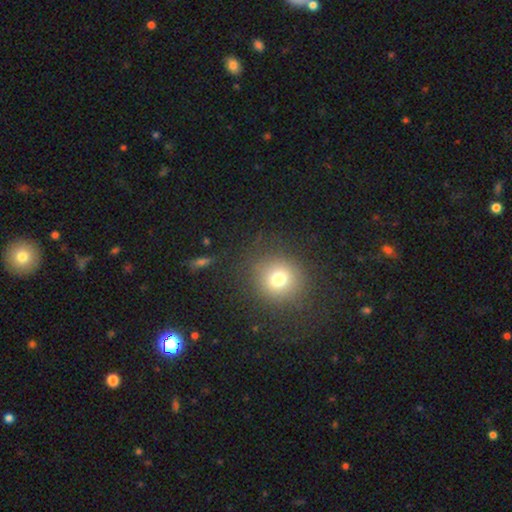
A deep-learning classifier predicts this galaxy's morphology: smooth 67%, star or artifact 26%, featured or disk 7%. Down the decision tree: how rounded — round (88%); merging — none (90%).